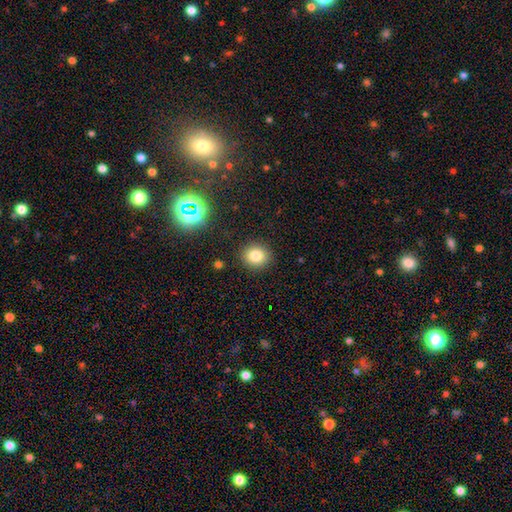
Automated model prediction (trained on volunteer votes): This is clearly a smooth galaxy (81%). How rounded: likely round (80%). Merging: clearly none (89%).